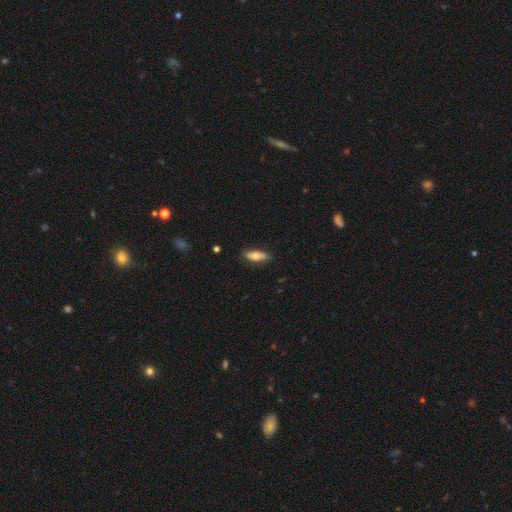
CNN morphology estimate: Q: Smooth or featured?
A: smooth (65%); runner-up: featured or disk (28%)
Q: How rounded?
A: in between (55%); runner-up: cigar-shaped (42%)
Q: Merging?
A: none (84%); runner-up: minor disturbance (13%)